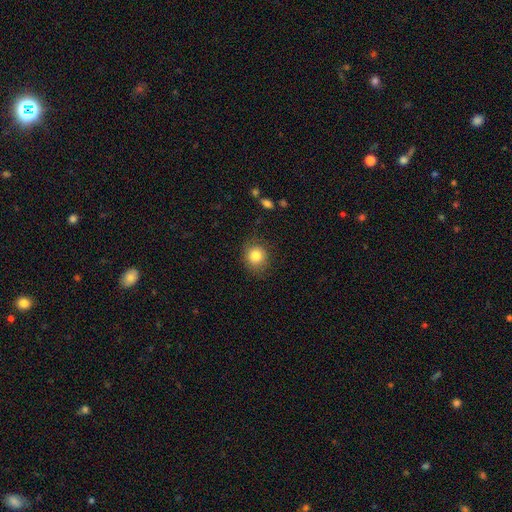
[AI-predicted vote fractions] This is clearly a smooth galaxy (82%). How rounded: likely round (80%). Merging: likely none (80%).